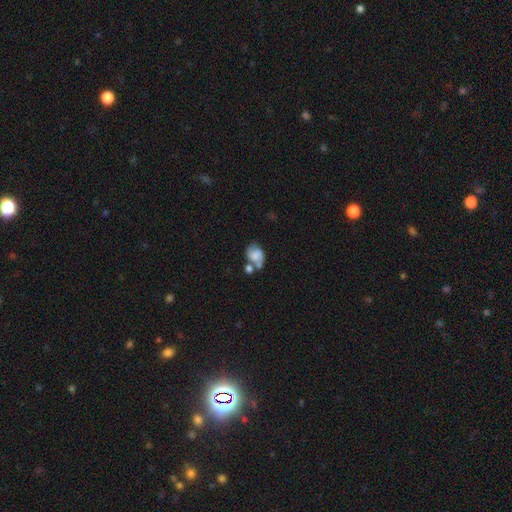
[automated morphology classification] Smooth or featured: smooth — 59% (featured or disk — 31%)
How rounded: in between — 64% (round — 35%)
Merging: merger — 38% (none — 30%)